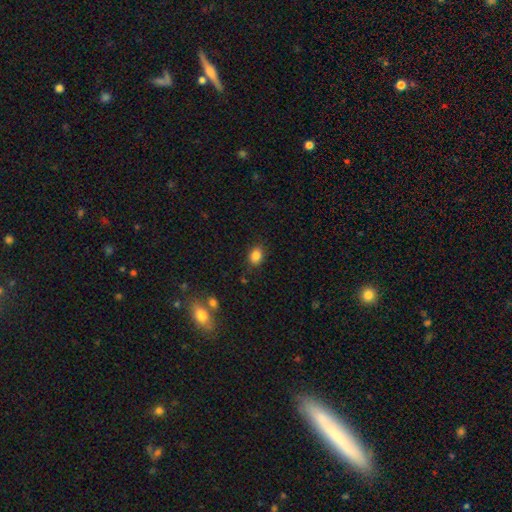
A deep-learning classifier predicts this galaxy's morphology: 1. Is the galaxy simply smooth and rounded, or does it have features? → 85% smooth, 10% star or artifact, 5% featured or disk.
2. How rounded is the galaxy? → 63% in between, 36% round, 1% cigar-shaped.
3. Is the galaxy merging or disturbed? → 84% none, 11% minor disturbance, 3% major disturbance, 2% merger.